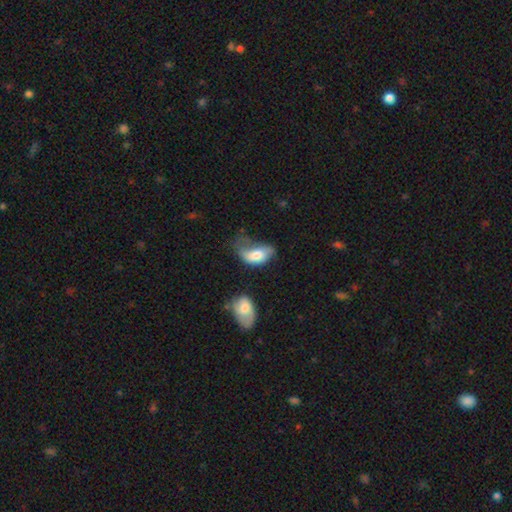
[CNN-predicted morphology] Smooth or featured: smooth — 68% (featured or disk — 25%)
How rounded: in between — 90% (round — 8%)
Merging: major disturbance — 44% (minor disturbance — 28%)